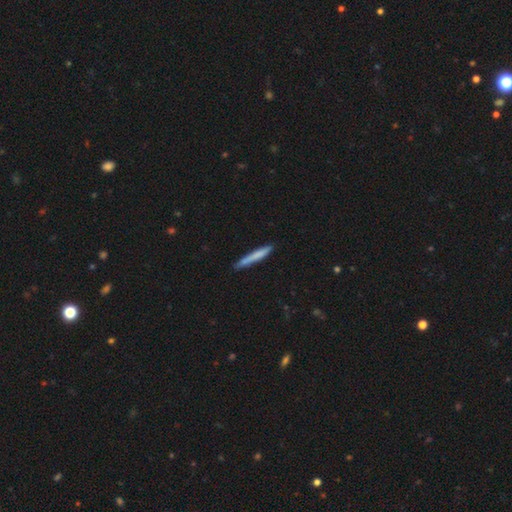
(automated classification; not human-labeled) Smooth or featured: smooth — 72% (featured or disk — 22%)
How rounded: cigar-shaped — 96% (in between — 3%)
Merging: none — 84% (minor disturbance — 13%)